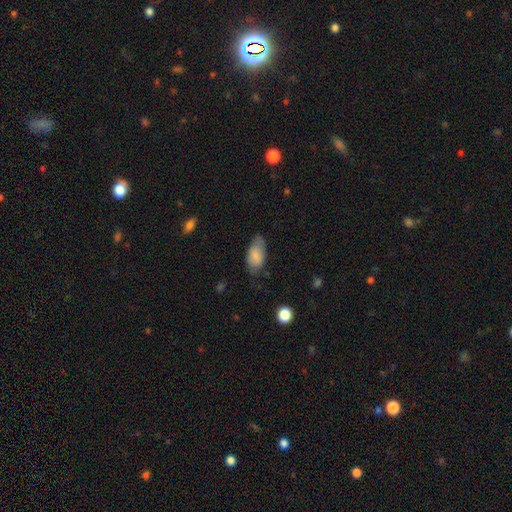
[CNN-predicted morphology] smooth-or-featured: smooth: 82% | featured or disk: 12% | star or artifact: 7%
  how-rounded: in between: 93% | cigar-shaped: 4% | round: 3%
  merging: none: 66% | minor disturbance: 27% | major disturbance: 6% | merger: 2%